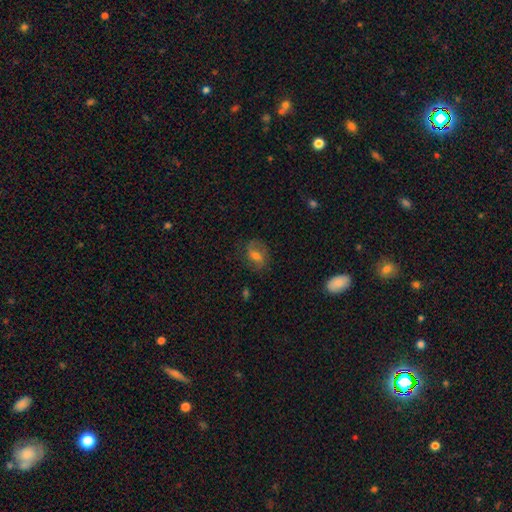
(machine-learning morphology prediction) The model was most divided on "smooth or featured": smooth: 46%, featured or disk: 42%, star or artifact: 12%. More confident: merging — none (71%).